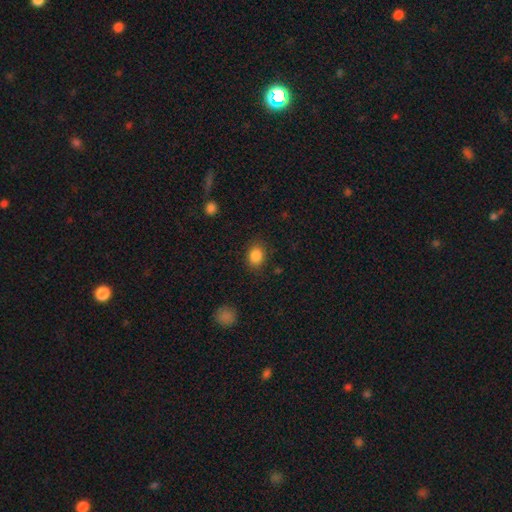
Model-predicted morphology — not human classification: smooth_or_featured: smooth (p=0.86) [alt: star or artifact p=0.09]
how_rounded: in between (p=0.57) [alt: round p=0.42]
merging: none (p=0.83) [alt: minor disturbance p=0.12]